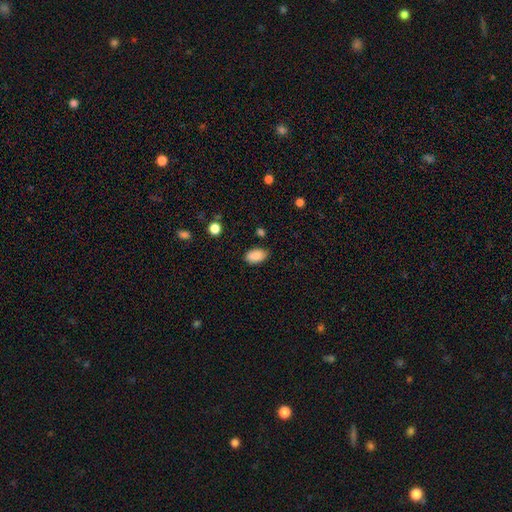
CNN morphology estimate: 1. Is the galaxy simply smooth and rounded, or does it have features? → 88% smooth, 7% star or artifact, 5% featured or disk.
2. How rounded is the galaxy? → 92% in between, 6% round, 2% cigar-shaped.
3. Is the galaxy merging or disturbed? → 83% none, 13% minor disturbance, 3% major disturbance, 2% merger.